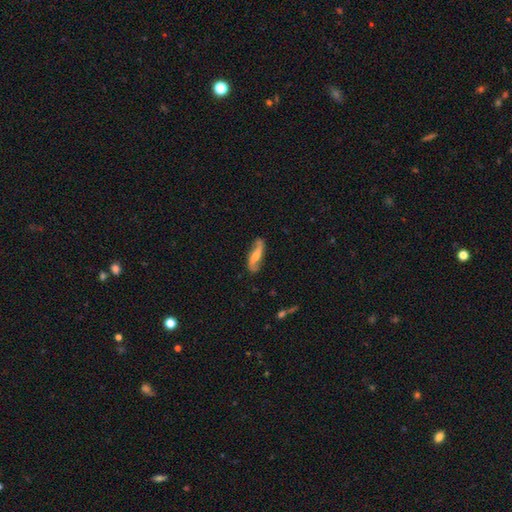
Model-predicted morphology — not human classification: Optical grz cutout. It shows a featured or disk galaxy (70%) with no bar (40%), 2 (92%) loose (76%) spiral arms (93%) and a moderate central bulge (43%). Merging: none (77%).